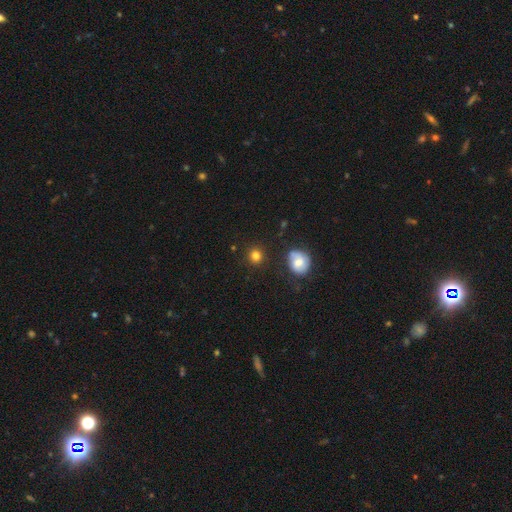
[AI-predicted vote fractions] A smooth galaxy with no disk features (82%) that is round (89%). Merging: none (87%).